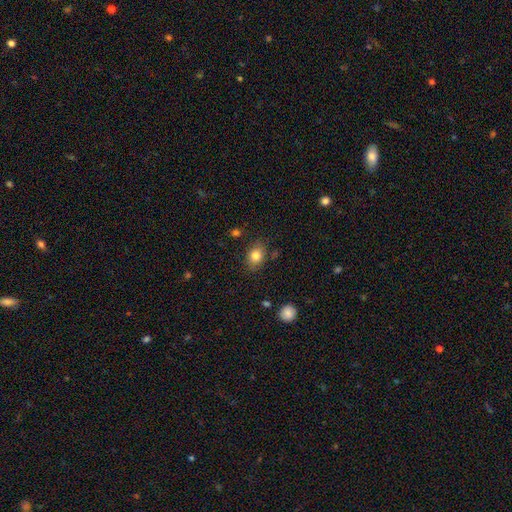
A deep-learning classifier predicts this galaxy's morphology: A smooth galaxy with no disk features (82%) that is in between round and cigar-shaped (58%).

Vote fractions:
- Smooth or featured? smooth: 82% / star or artifact: 10% / featured or disk: 8%
- How rounded? in between: 58% / round: 41% / cigar-shaped: 1%
- Merging? none: 79% / minor disturbance: 15% / major disturbance: 4% / merger: 2%